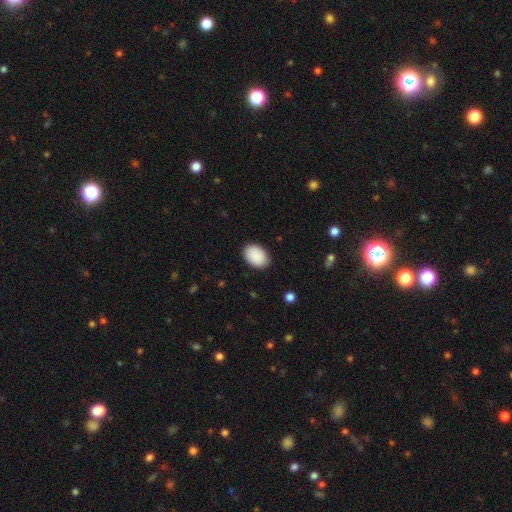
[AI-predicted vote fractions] This is clearly a smooth galaxy (91%). How rounded: clearly in between (87%). Merging: clearly none (88%).